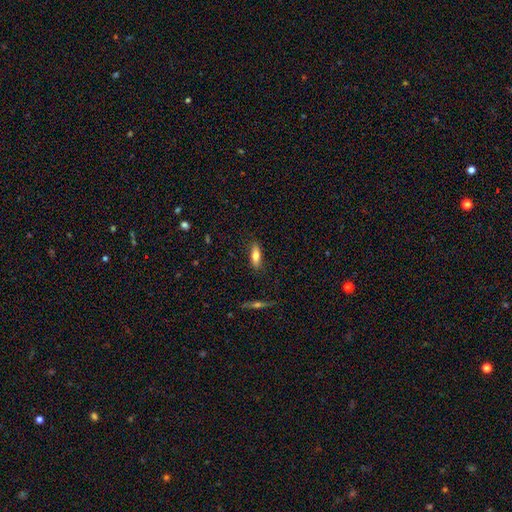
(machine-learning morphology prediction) The model was most divided on "how rounded": in between: 59%, cigar-shaped: 38%, round: 2%. More confident: merging — none (84%); smooth or featured — smooth (71%).